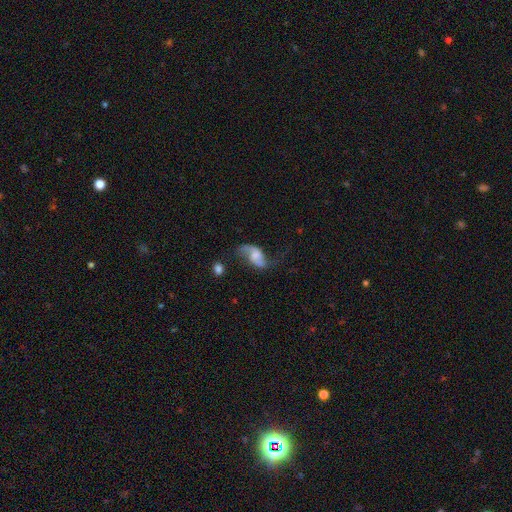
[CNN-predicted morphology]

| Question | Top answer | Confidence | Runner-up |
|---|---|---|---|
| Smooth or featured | featured or disk | 74% | smooth (18%) |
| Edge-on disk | no | 96% | yes (4%) |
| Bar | no | 48% | weak (39%) |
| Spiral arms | yes | 91% | no (9%) |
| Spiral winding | loose | 80% | medium (16%) |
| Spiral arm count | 2 | 89% | 1 (5%) |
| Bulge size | none | 30% | small (29%) |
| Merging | none | 52% | minor disturbance (22%) |